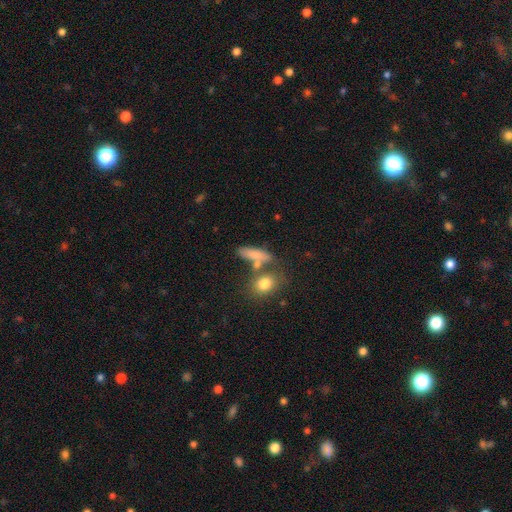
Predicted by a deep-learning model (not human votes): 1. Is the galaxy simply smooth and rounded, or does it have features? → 75% smooth, 15% featured or disk, 9% star or artifact.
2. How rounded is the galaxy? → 47% in between, 42% cigar-shaped, 11% round.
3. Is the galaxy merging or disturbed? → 54% none, 24% merger, 15% minor disturbance, 7% major disturbance.